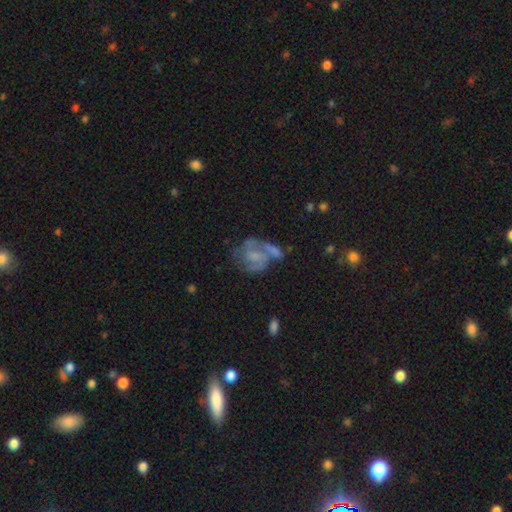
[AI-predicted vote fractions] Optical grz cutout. It shows a featured or disk galaxy (66%) with no bar (56%), spiral arms (69%) and no central bulge (38%). Merging: none (35%).